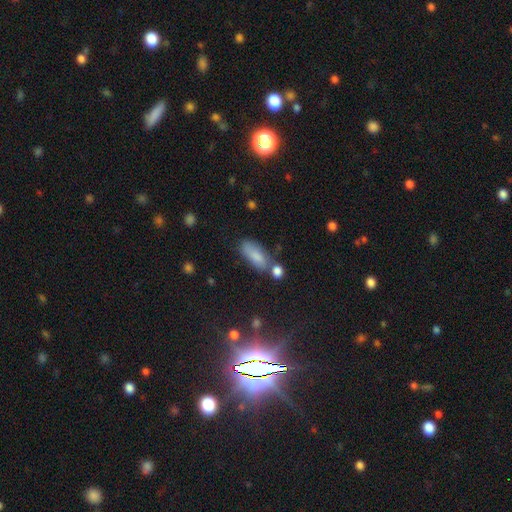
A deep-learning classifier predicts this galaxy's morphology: A smooth galaxy with no disk features (78%) that is in between round and cigar-shaped (80%). Merging: none (54%).